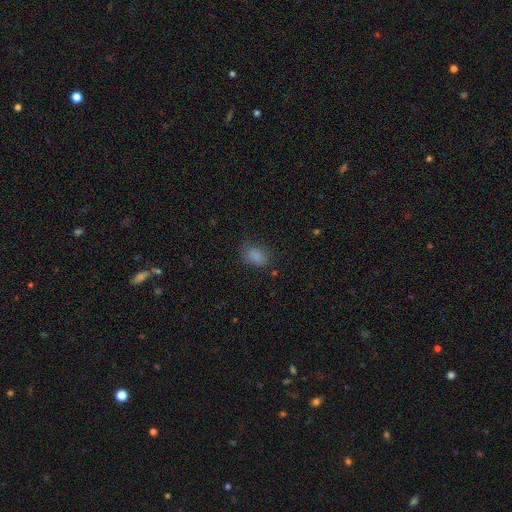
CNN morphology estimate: smooth_or_featured: smooth (p=0.83) [alt: star or artifact p=0.12]
how_rounded: in between (p=0.81) [alt: round p=0.18]
merging: none (p=0.70) [alt: minor disturbance p=0.21]